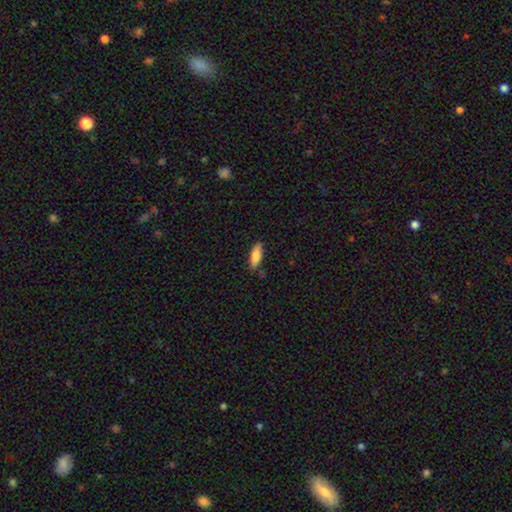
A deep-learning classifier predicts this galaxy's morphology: The model was most divided on "how rounded": in between: 68%, cigar-shaped: 30%, round: 2%. More confident: merging — none (82%); smooth or featured — smooth (81%).